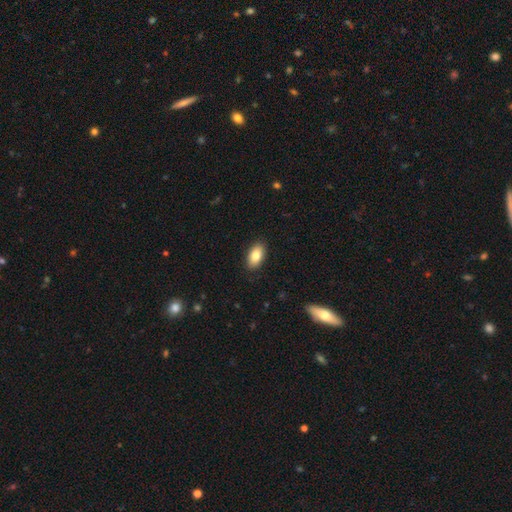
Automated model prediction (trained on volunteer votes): Smooth or featured: smooth — 82% (featured or disk — 11%)
How rounded: in between — 93% (round — 5%)
Merging: none — 89% (minor disturbance — 8%)